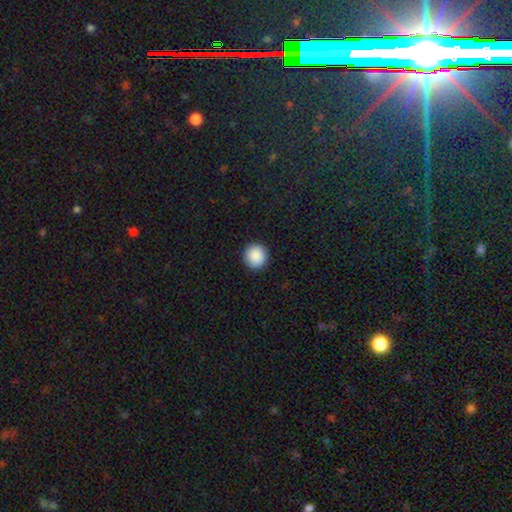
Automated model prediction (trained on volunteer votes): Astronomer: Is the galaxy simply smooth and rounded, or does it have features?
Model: smooth — 90%.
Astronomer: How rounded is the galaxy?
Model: round — 94%.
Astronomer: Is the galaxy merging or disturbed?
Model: none — 93%.